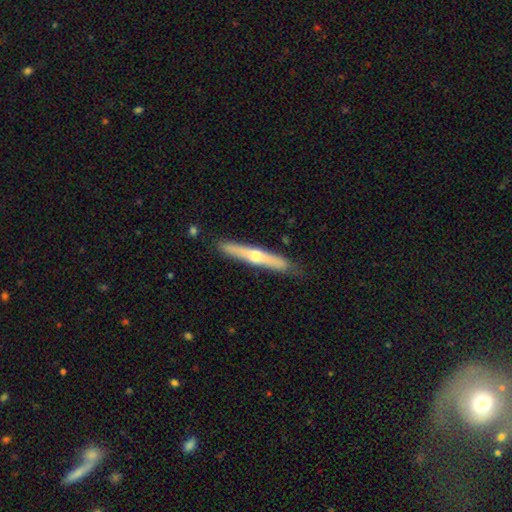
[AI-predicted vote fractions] featured or disk 59%, smooth 36%, star or artifact 5%. Down the decision tree: edge-on disk — yes (95%); edge-on bulge — rounded (87%); merging — none (86%).